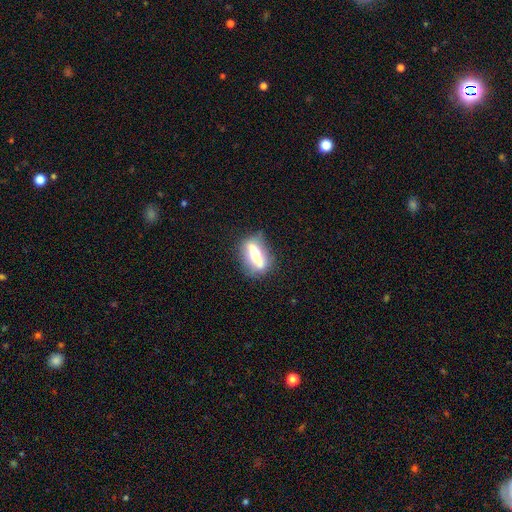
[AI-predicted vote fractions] smooth 49%, featured or disk 43%, star or artifact 8%. Down the decision tree: merging — none (73%).